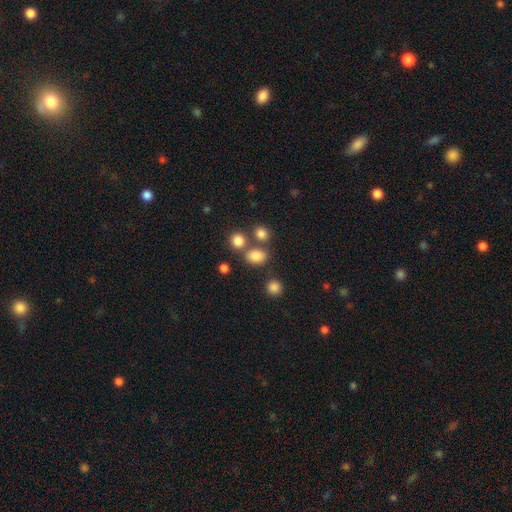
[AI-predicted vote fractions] Overall: smooth (81%). How rounded: in between (54%; round 44%). Merging: none (63%).